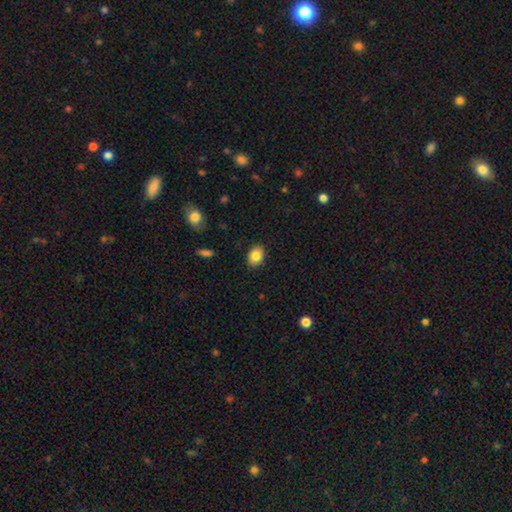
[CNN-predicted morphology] Overall: smooth (84%). How rounded: in between (68%; round 31%). Merging: none (87%).